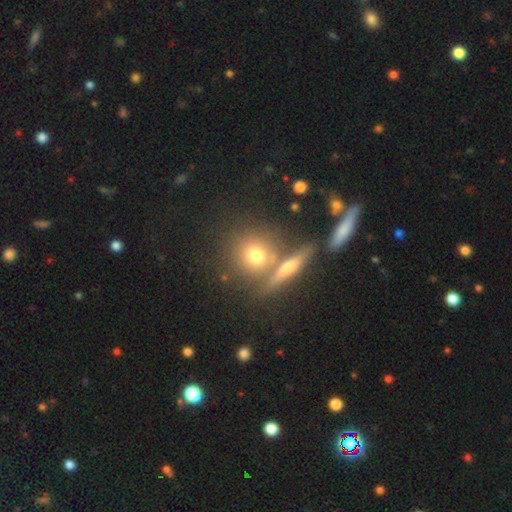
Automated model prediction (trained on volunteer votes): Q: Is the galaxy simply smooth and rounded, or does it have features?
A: smooth — 67%.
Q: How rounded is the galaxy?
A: round — 82%.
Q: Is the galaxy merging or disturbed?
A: none — 65%.